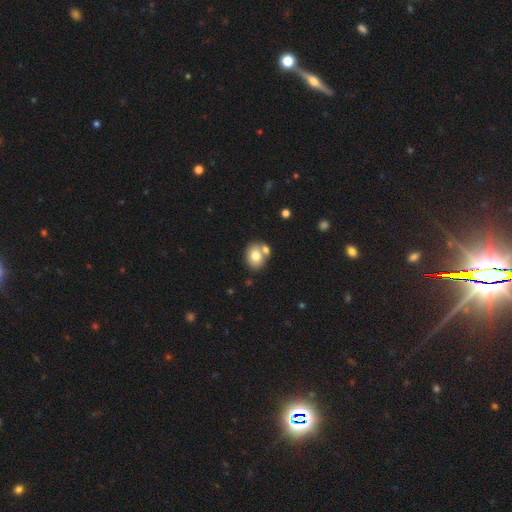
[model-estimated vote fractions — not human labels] Q: Smooth or featured?
A: smooth (77%); runner-up: featured or disk (15%)
Q: How rounded?
A: in between (51%); runner-up: round (48%)
Q: Merging?
A: none (54%); runner-up: merger (32%)